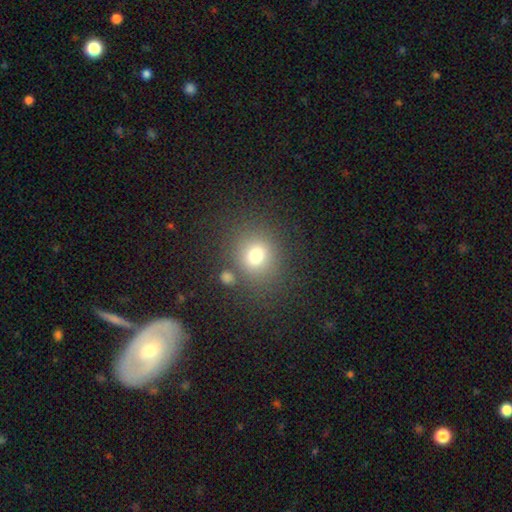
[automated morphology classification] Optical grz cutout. It shows a smooth galaxy with no disk features (75%) that is round (75%). Merging: none (76%).